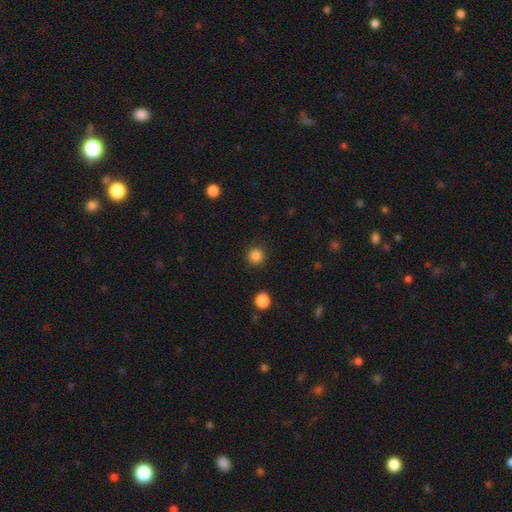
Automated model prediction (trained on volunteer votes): A smooth galaxy with no disk features (86%) that is round (95%). Merging: none (90%).